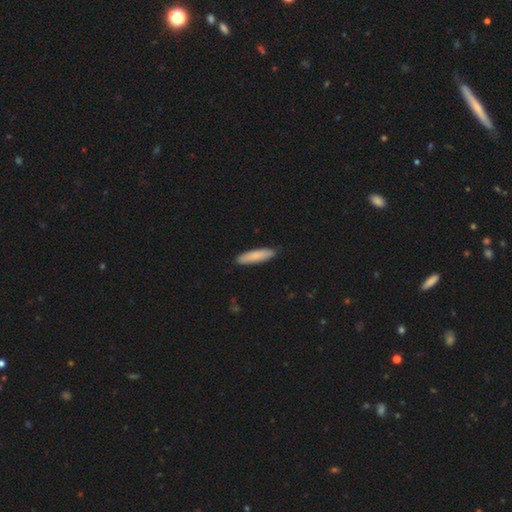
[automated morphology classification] Smooth or featured: smooth — 85% (featured or disk — 9%)
How rounded: cigar-shaped — 74% (in between — 24%)
Merging: none — 89% (minor disturbance — 8%)